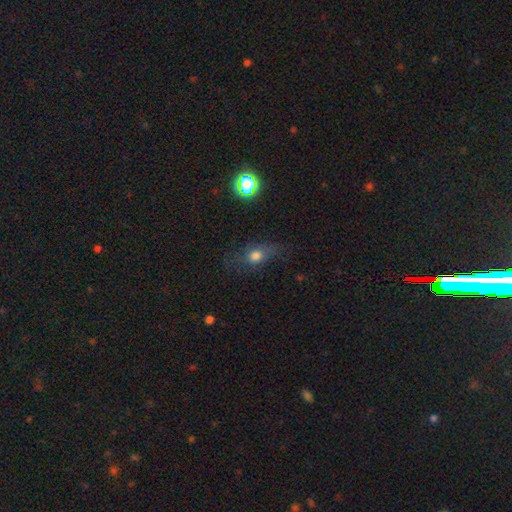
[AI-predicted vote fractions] Overall: smooth (64%). How rounded: in between (59%; round 33%). Merging: none (58%; minor disturbance 24%).